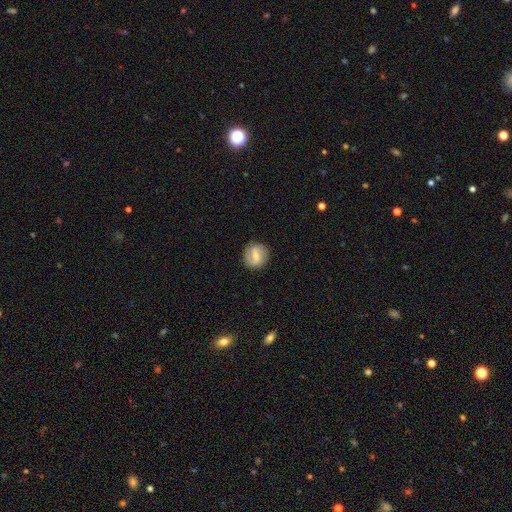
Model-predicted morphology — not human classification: The model was most divided on "smooth or featured": featured or disk: 51%, smooth: 41%, star or artifact: 7%. More confident: edge-on disk — no (96%); merging — none (84%).